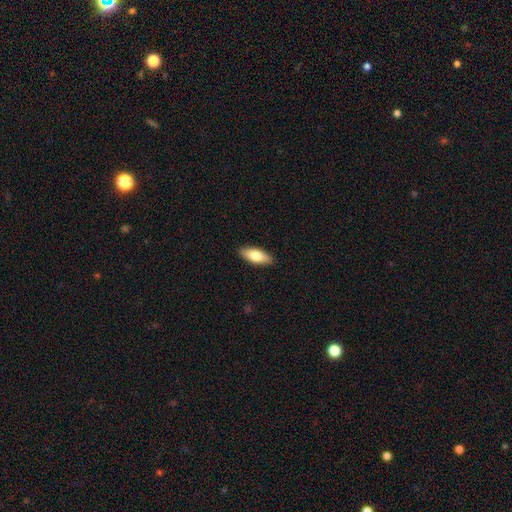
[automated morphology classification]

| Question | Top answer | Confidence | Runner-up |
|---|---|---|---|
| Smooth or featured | smooth | 75% | featured or disk (20%) |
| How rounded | in between | 72% | cigar-shaped (25%) |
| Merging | none | 90% | minor disturbance (8%) |